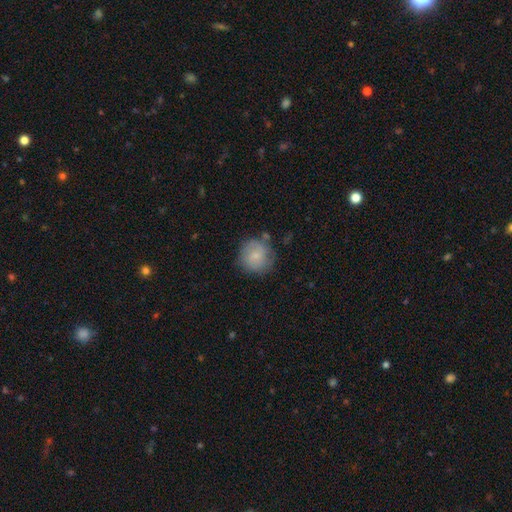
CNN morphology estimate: Q: Smooth or featured?
A: smooth (71%); runner-up: featured or disk (22%)
Q: How rounded?
A: round (91%); runner-up: in between (8%)
Q: Merging?
A: none (70%); runner-up: minor disturbance (20%)